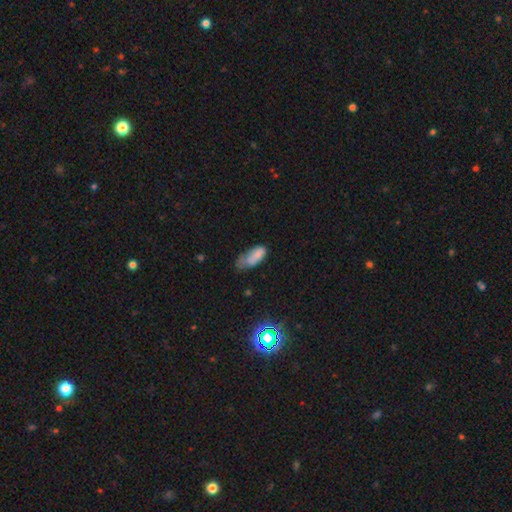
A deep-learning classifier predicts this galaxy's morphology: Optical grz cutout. It shows a smooth galaxy with no disk features (77%) that is in between round and cigar-shaped (80%). Merging: minor disturbance (40%).